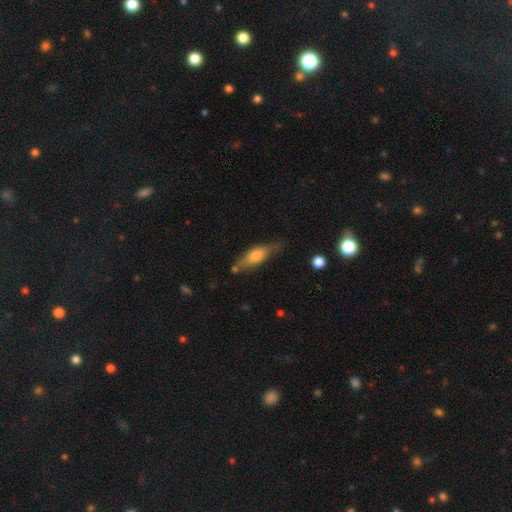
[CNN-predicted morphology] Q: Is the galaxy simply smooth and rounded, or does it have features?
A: smooth — 64%.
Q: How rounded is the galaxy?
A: in between — 51%.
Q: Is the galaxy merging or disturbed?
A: none — 65%.